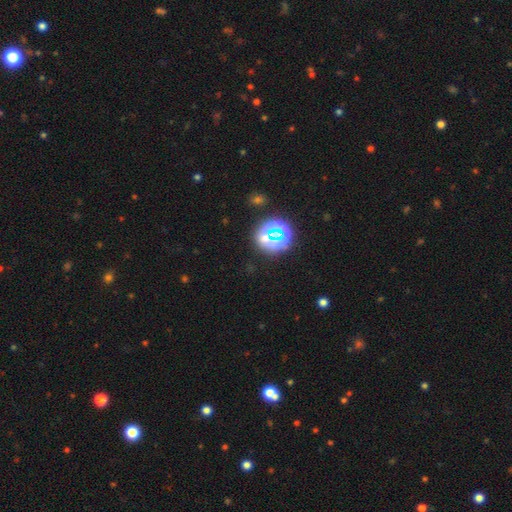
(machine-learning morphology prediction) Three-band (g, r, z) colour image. It shows a star or artifact, not a galaxy (70%).